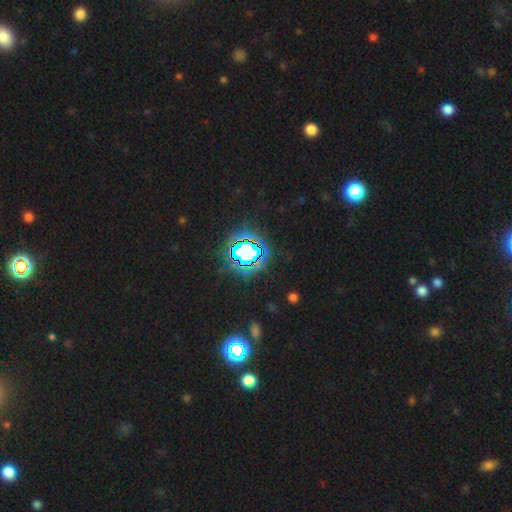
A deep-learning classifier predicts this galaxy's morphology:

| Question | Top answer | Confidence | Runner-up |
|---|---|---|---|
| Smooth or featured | star or artifact | 82% | smooth (12%) |